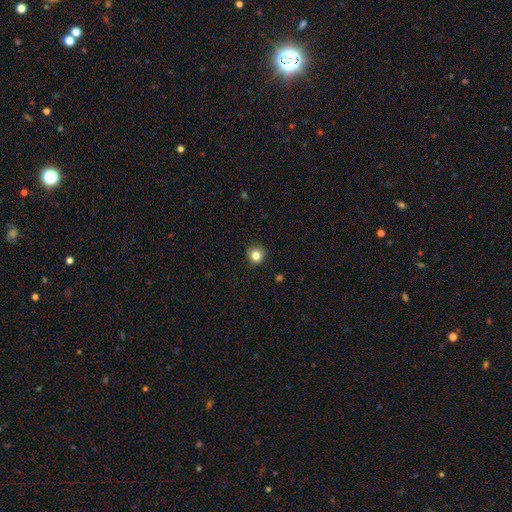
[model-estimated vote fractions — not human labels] smooth_or_featured: smooth (p=0.83) [alt: star or artifact p=0.11]
how_rounded: round (p=0.91) [alt: in between p=0.08]
merging: none (p=0.84) [alt: minor disturbance p=0.12]